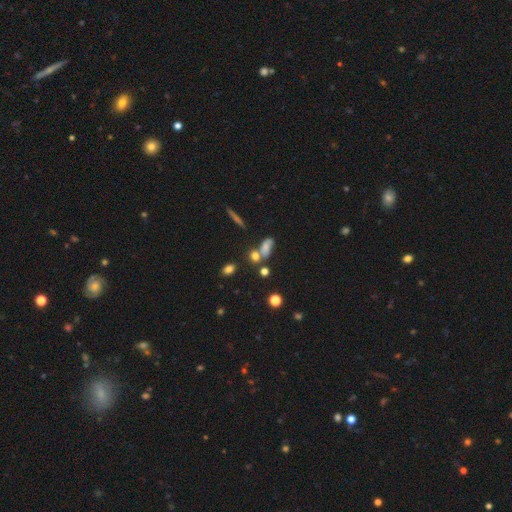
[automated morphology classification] Smooth or featured? Predicted: smooth (p=0.64). How rounded? Predicted: in between (p=0.56). Merging? Predicted: none (p=0.45).